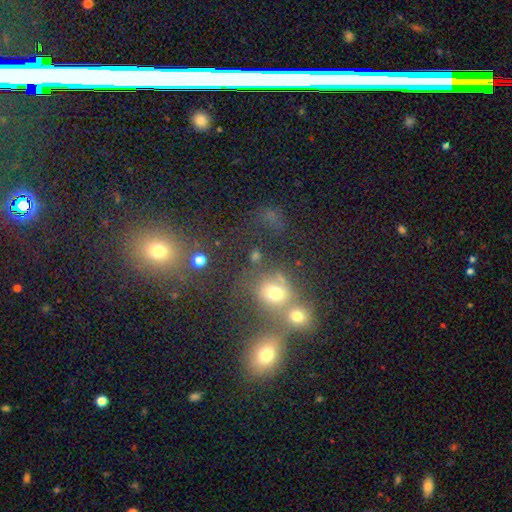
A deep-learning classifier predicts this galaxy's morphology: Smooth or featured? Predicted: smooth (p=0.63). How rounded? Predicted: round (p=0.69). Merging? Predicted: none (p=0.48).